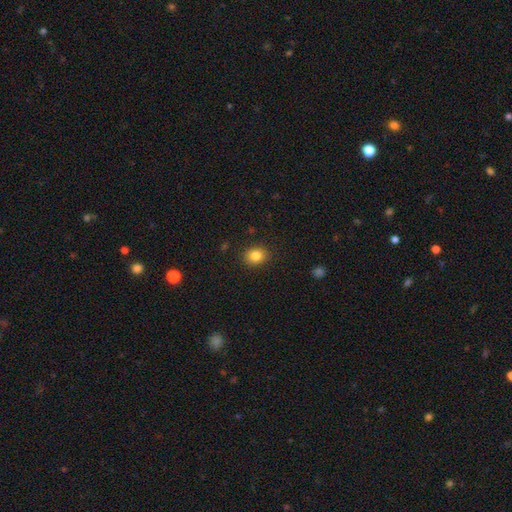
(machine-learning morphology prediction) This is clearly a smooth galaxy (83%). How rounded: likely round (61%). Merging: clearly none (89%).